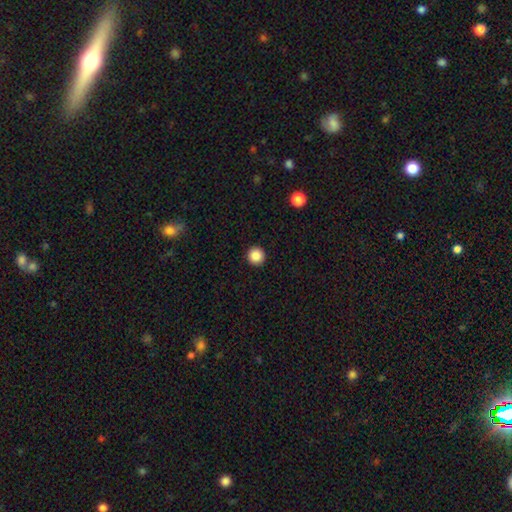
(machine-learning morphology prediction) This appears to be a smooth galaxy with no disk features (87%) that is round (96%). Merging: none (94%).